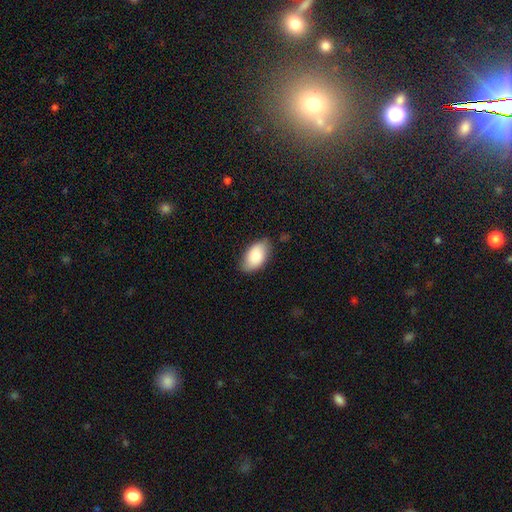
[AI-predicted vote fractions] smooth-or-featured: smooth: 85% | featured or disk: 9% | star or artifact: 6%
  how-rounded: in between: 94% | round: 4% | cigar-shaped: 2%
  merging: none: 75% | minor disturbance: 20% | major disturbance: 4% | merger: 1%